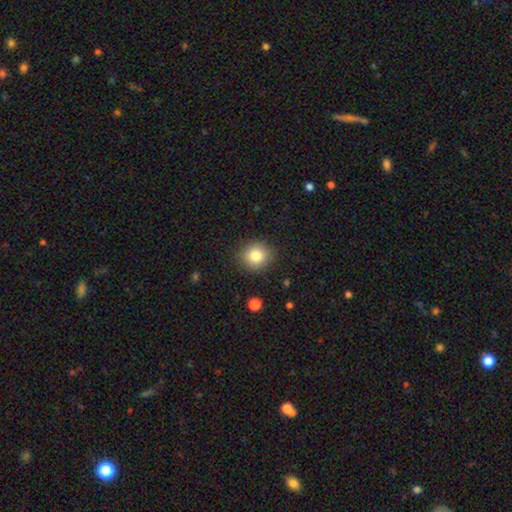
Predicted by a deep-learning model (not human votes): Smooth or featured? Predicted: smooth (p=0.82). How rounded? Predicted: round (p=0.88). Merging? Predicted: none (p=0.88).